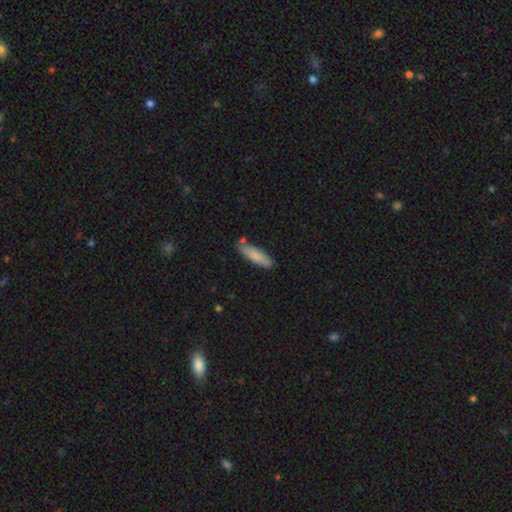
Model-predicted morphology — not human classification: A smooth galaxy with no disk features (83%) that is cigar-shaped (61%). Merging: none (77%).